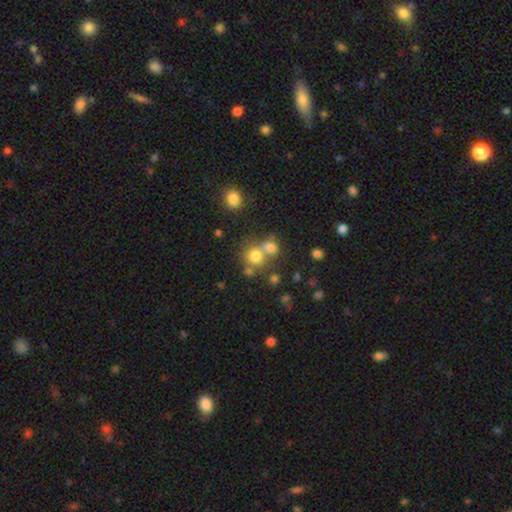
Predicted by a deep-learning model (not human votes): smooth-or-featured: smooth: 73% | star or artifact: 15% | featured or disk: 12%
  how-rounded: round: 83% | in between: 16% | cigar-shaped: 1%
  merging: none: 45% | merger: 42% | minor disturbance: 8% | major disturbance: 4%